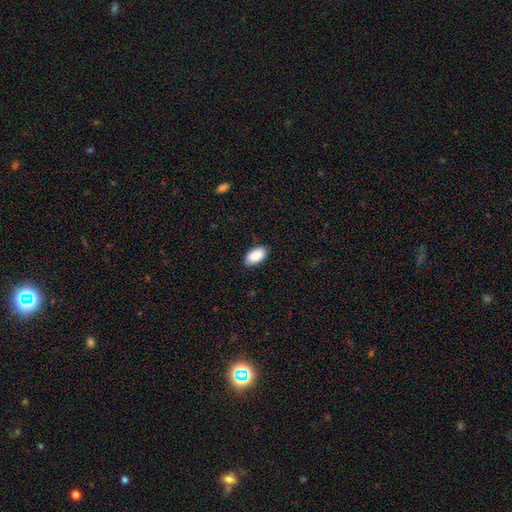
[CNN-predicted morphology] Smooth or featured? Predicted: smooth (p=0.90). How rounded? Predicted: in between (p=0.95). Merging? Predicted: none (p=0.87).